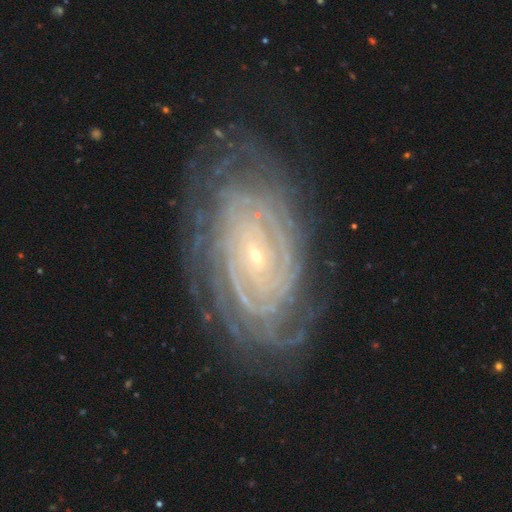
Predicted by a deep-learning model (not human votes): A featured or disk galaxy (89%) with no bar (55%), tight (84%) spiral arms (97%) and a small central bulge (85%). Merging: none (77%).